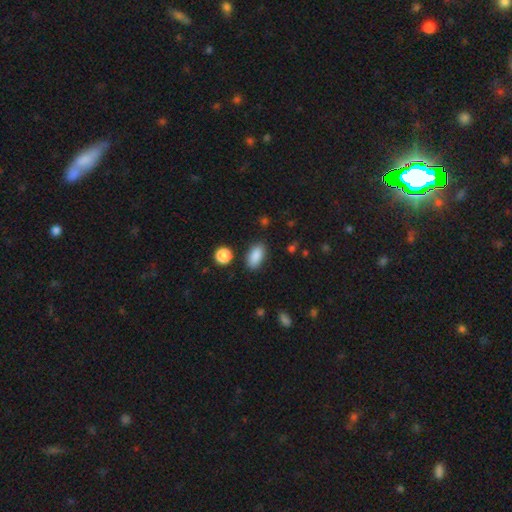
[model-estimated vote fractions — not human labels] Q: Smooth or featured?
A: smooth (88%); runner-up: star or artifact (8%)
Q: How rounded?
A: in between (90%); runner-up: cigar-shaped (5%)
Q: Merging?
A: none (85%); runner-up: minor disturbance (10%)